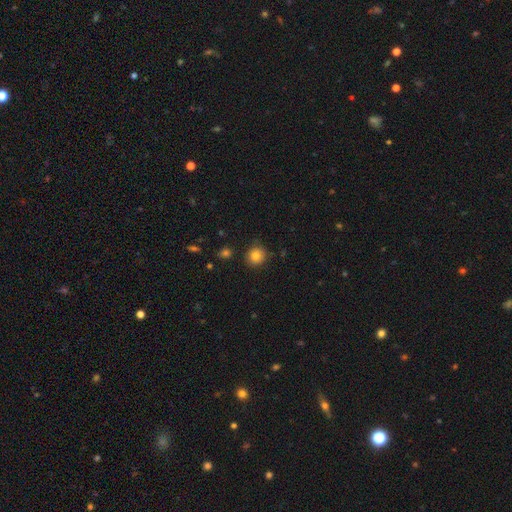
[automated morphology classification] Smooth or featured: smooth — 82% (star or artifact — 11%)
How rounded: round — 91% (in between — 8%)
Merging: none — 87% (minor disturbance — 9%)